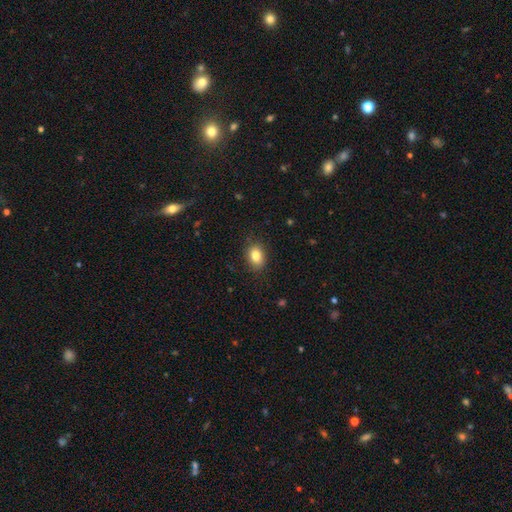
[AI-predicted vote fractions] Morphology: type=smooth (83%); roundness=in between (70%); merging=none (86%).